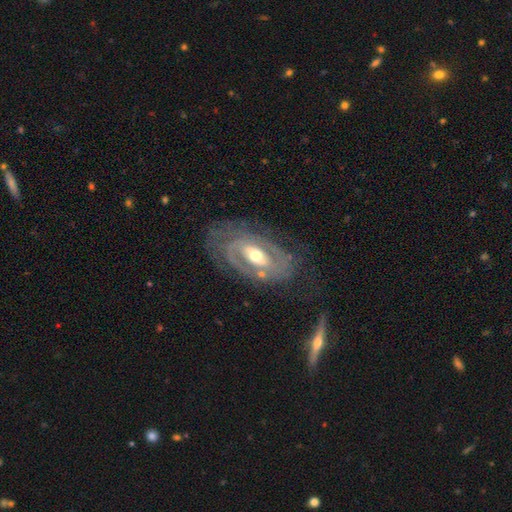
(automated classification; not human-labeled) A featured or disk galaxy (84%) with no bar (50%), 2 (53%) tight (57%) spiral arms (79%) and a moderate central bulge (70%). Merging: none (67%).